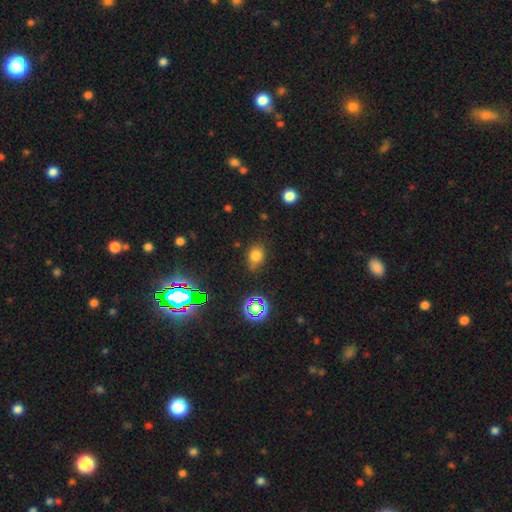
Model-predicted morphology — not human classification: Smooth or featured: smooth — 73% (star or artifact — 20%)
How rounded: in between — 51% (round — 47%)
Merging: none — 75% (minor disturbance — 18%)